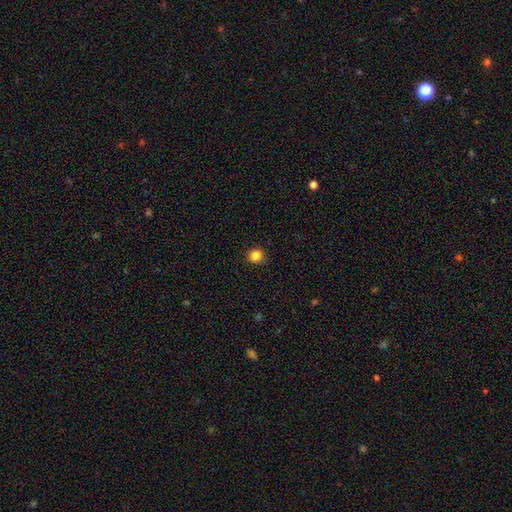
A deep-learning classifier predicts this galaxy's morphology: smooth-or-featured: smooth: 84% | star or artifact: 12% | featured or disk: 4%
  how-rounded: round: 90% | in between: 9% | cigar-shaped: 1%
  merging: none: 91% | minor disturbance: 6% | major disturbance: 2% | merger: 1%